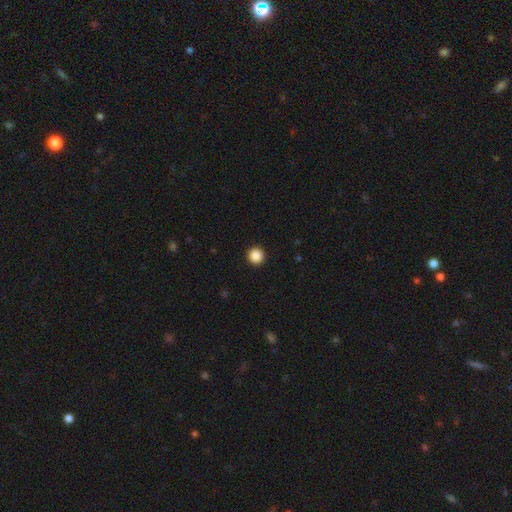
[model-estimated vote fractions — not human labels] smooth_or_featured: smooth (p=0.88) [alt: star or artifact p=0.10]
how_rounded: round (p=0.96) [alt: in between p=0.03]
merging: none (p=0.94) [alt: minor disturbance p=0.04]